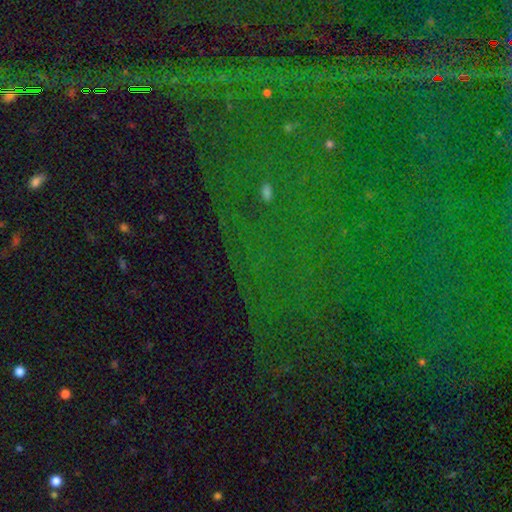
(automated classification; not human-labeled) smooth_or_featured: star or artifact (p=0.83) [alt: smooth p=0.09]